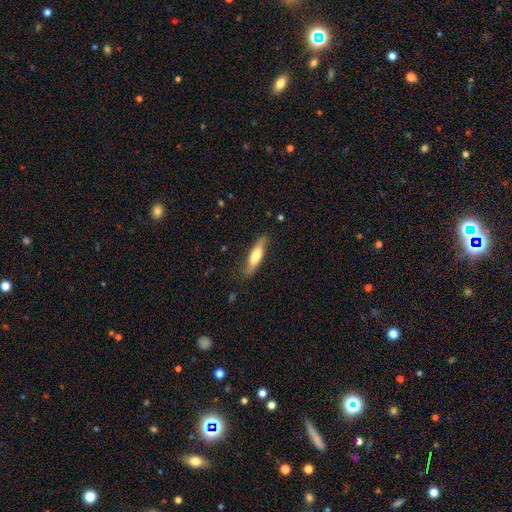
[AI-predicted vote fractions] Q: Smooth or featured?
A: smooth (65%); runner-up: featured or disk (29%)
Q: How rounded?
A: cigar-shaped (69%); runner-up: in between (29%)
Q: Merging?
A: none (77%); runner-up: minor disturbance (18%)